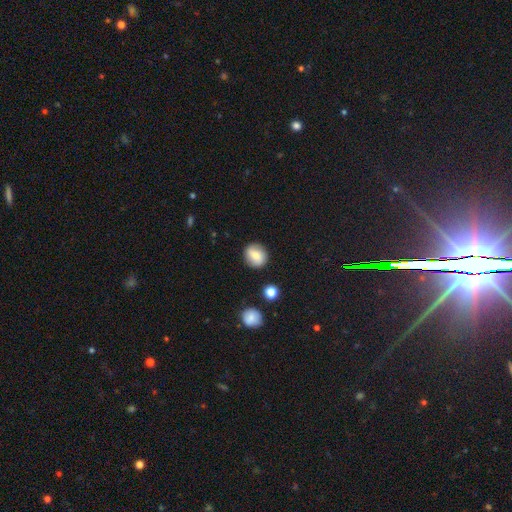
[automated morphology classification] A smooth galaxy with no disk features (71%) that is round (80%). Merging: none (86%).